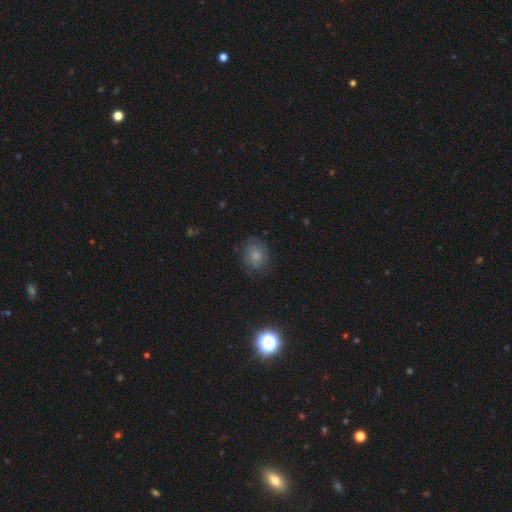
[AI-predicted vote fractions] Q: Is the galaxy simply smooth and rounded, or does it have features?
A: smooth — 62%.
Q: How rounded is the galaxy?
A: round — 57%.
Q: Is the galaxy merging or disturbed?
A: none — 69%.